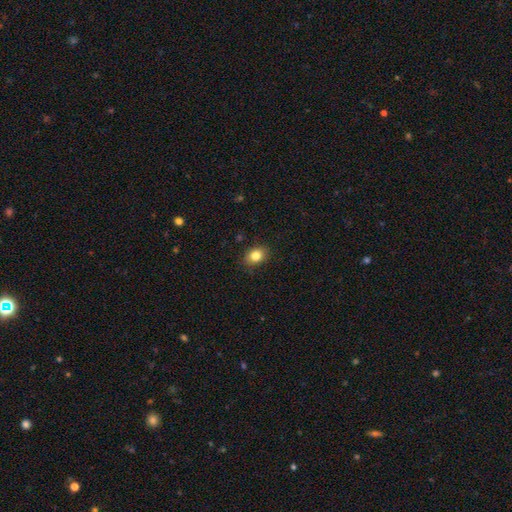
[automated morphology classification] Smooth or featured: smooth — 83% (star or artifact — 10%)
How rounded: in between — 63% (round — 36%)
Merging: none — 87% (minor disturbance — 10%)